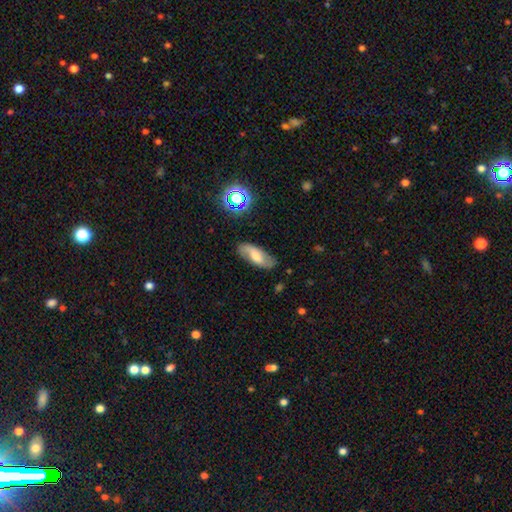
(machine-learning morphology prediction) The model was most divided on "smooth or featured": smooth: 47%, featured or disk: 44%, star or artifact: 9%. More confident: merging — none (79%).